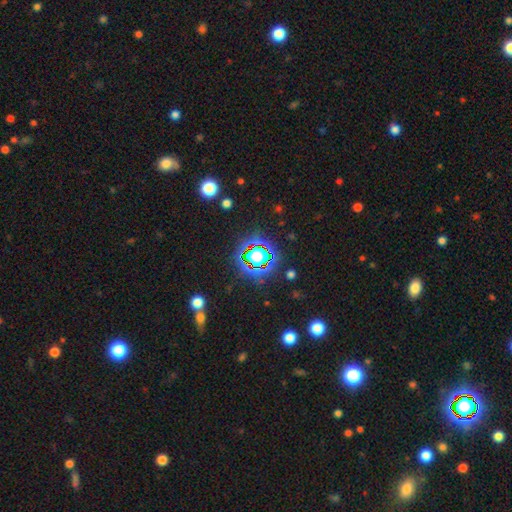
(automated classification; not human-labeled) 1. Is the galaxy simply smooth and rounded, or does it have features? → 79% star or artifact, 12% smooth, 8% featured or disk.